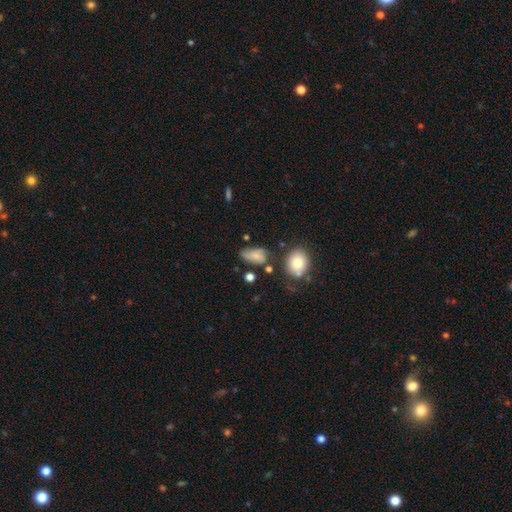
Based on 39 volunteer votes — This is possibly a smooth galaxy (49%). How rounded: clearly in between (84%). Merging: marginally minor disturbance (40%).